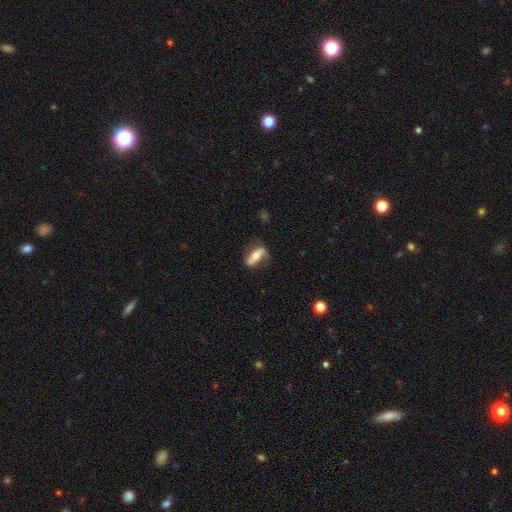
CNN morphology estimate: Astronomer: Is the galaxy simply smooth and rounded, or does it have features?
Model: featured or disk — 55% (runner-up: smooth, 38%).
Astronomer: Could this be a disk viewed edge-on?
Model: no — 71%.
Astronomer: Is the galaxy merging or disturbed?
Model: none — 65%.